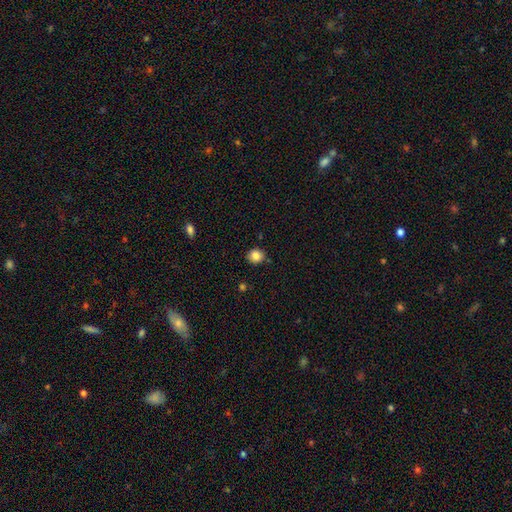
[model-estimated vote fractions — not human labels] Morphology: type=smooth (85%); roundness=round (83%); merging=none (88%).